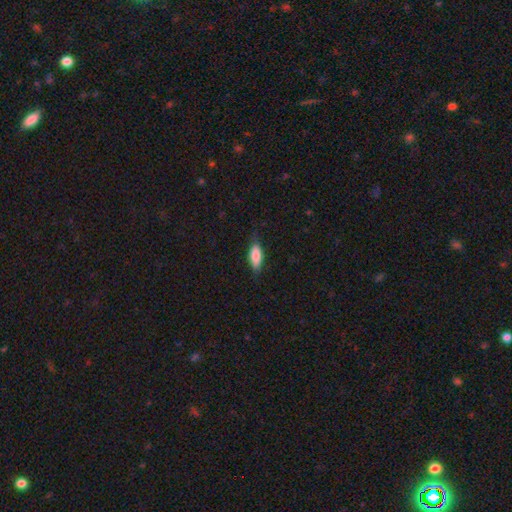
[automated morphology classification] Q: Smooth or featured?
A: smooth (80%); runner-up: featured or disk (14%)
Q: How rounded?
A: in between (71%); runner-up: cigar-shaped (27%)
Q: Merging?
A: none (76%); runner-up: minor disturbance (19%)